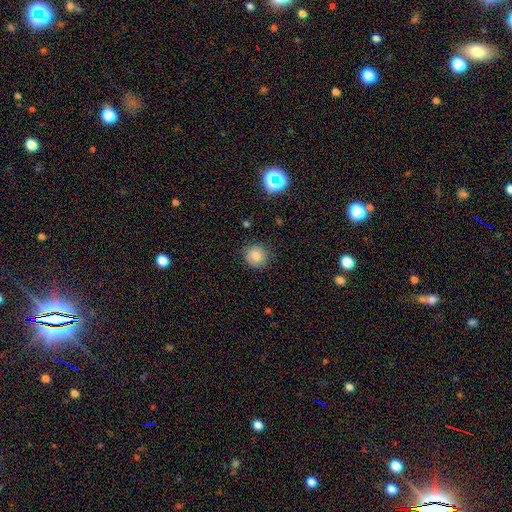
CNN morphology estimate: type=smooth (77%); roundness=round (90%); merging=none (81%).